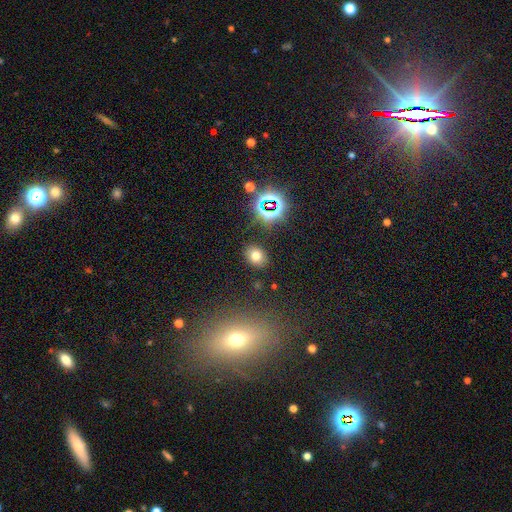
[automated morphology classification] Smooth or featured? Predicted: smooth (p=0.71). How rounded? Predicted: in between (p=0.58). Merging? Predicted: none (p=0.86).